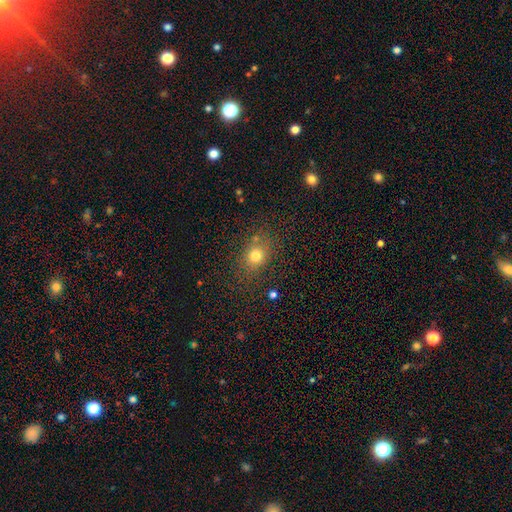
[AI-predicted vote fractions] This appears to be a smooth galaxy with no disk features (75%) that is round (57%). Merging: none (77%).